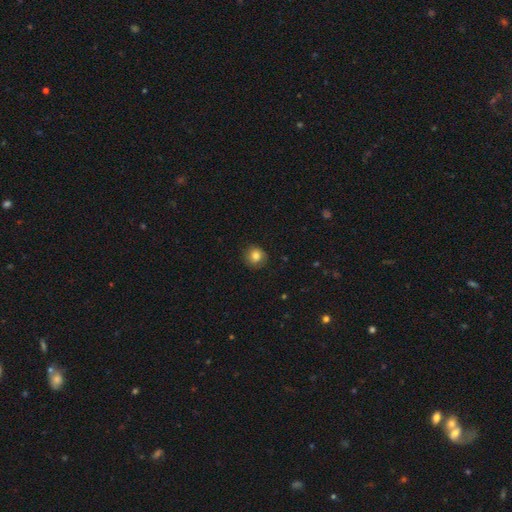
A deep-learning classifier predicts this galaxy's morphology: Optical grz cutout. It shows a smooth galaxy with no disk features (81%) that is round (89%). Merging: none (85%).